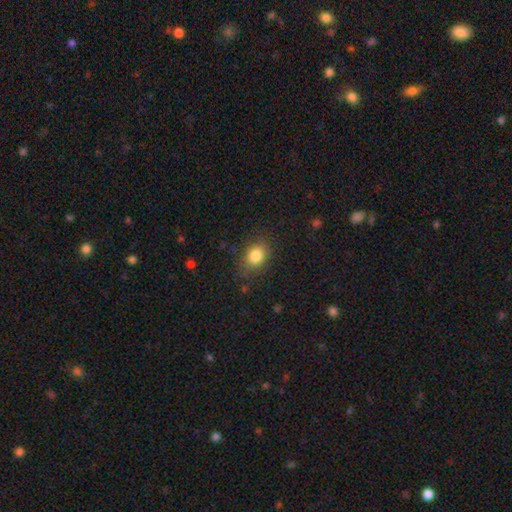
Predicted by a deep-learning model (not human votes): smooth_or_featured: smooth (p=0.83) [alt: star or artifact p=0.10]
how_rounded: in between (p=0.58) [alt: round p=0.41]
merging: none (p=0.80) [alt: minor disturbance p=0.15]